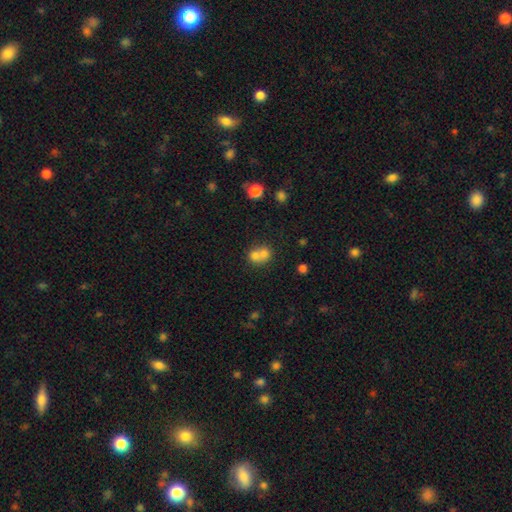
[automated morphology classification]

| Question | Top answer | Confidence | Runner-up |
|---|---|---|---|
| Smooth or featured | smooth | 70% | featured or disk (18%) |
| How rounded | round | 74% | in between (25%) |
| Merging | merger | 66% | none (27%) |